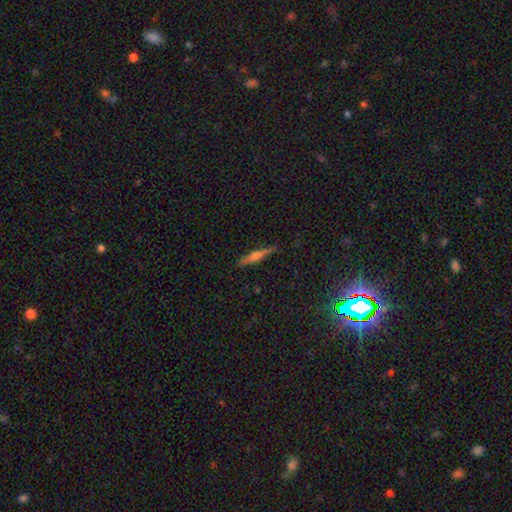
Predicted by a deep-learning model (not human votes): Smooth or featured? Predicted: featured or disk (p=0.55). Edge-on disk? Predicted: yes (p=0.97). Edge-on bulge? Predicted: rounded (p=0.69). Merging? Predicted: none (p=0.89).